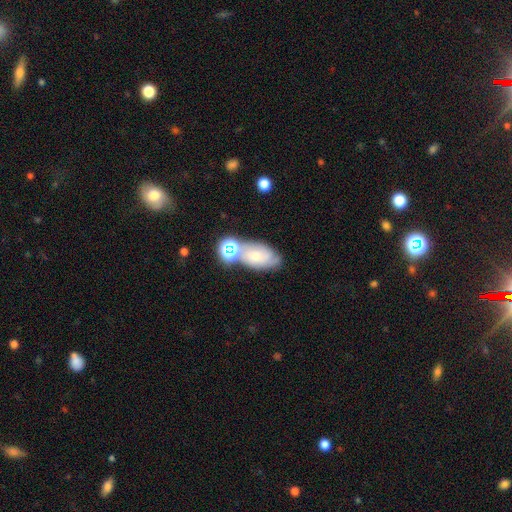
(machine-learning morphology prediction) Smooth or featured? smooth (48%)
Merging? none (50%)